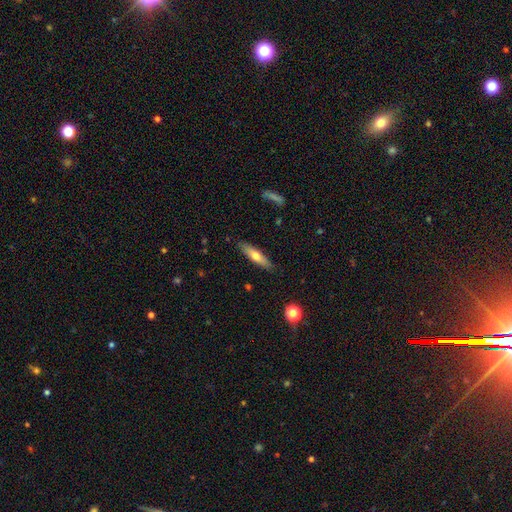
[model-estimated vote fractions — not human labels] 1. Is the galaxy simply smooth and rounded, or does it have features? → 61% smooth, 33% featured or disk, 7% star or artifact.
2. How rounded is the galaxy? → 76% cigar-shaped, 22% in between, 2% round.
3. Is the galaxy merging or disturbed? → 87% none, 10% minor disturbance, 2% major disturbance, 1% merger.